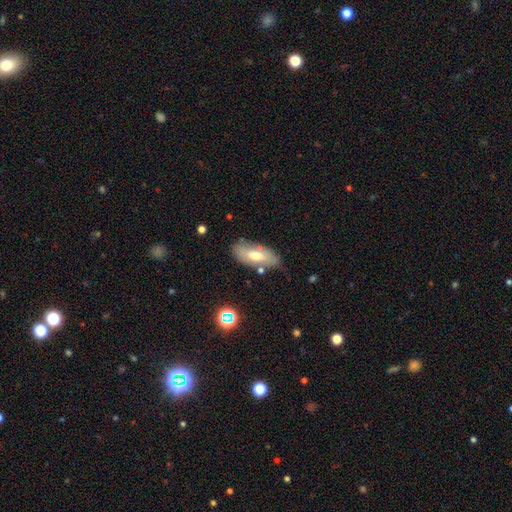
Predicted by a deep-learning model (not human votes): This appears to be a smooth galaxy with no disk features (60%) that is in between round and cigar-shaped (86%). Merging: none (69%).